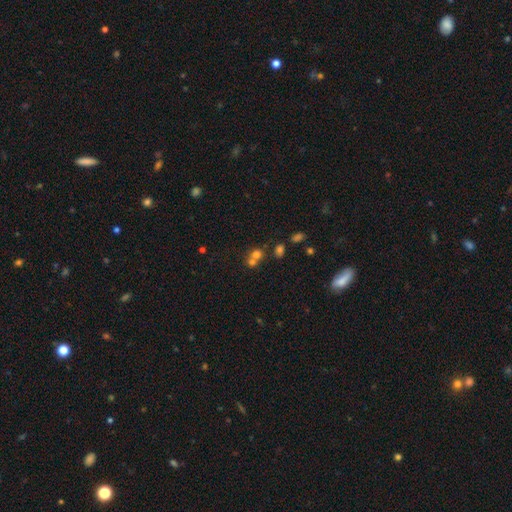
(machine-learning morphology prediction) Overall: smooth (66%). How rounded: round (76%). Merging: merger (50%; none 41%).